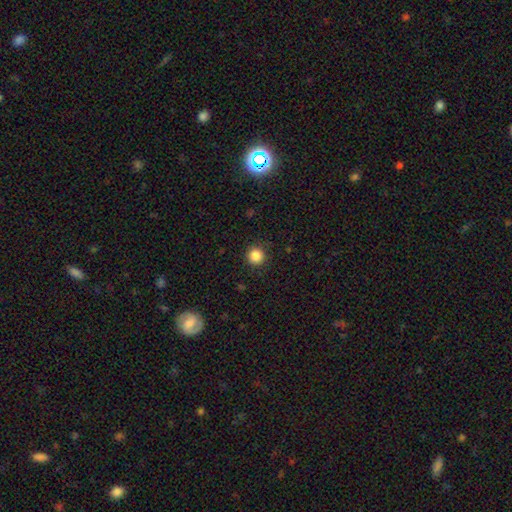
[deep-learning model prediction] This is clearly a smooth galaxy (86%). How rounded: clearly round (95%). Merging: clearly none (91%).